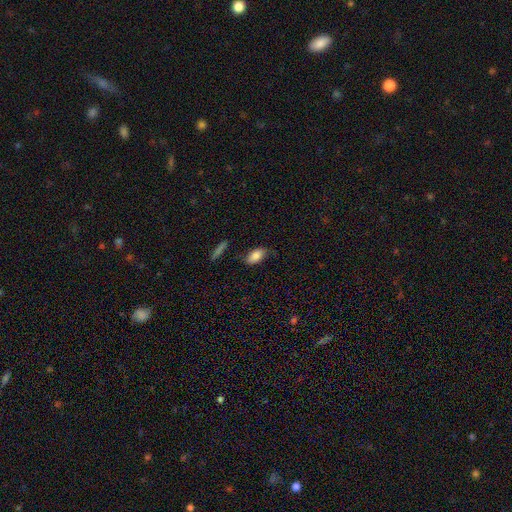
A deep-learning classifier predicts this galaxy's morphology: smooth_or_featured: smooth (p=0.82) [alt: featured or disk p=0.11]
how_rounded: in between (p=0.91) [alt: cigar-shaped p=0.06]
merging: none (p=0.71) [alt: minor disturbance p=0.21]